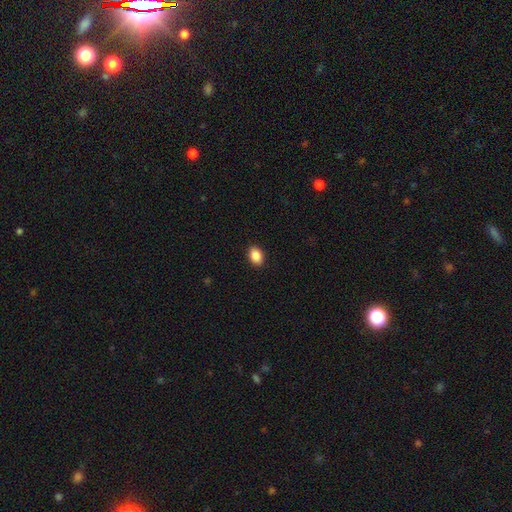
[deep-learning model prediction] A smooth galaxy with no disk features (89%) that is in between round and cigar-shaped (79%).

Vote fractions:
- Smooth or featured? smooth: 89% / star or artifact: 8% / featured or disk: 3%
- How rounded? in between: 79% / round: 20% / cigar-shaped: 1%
- Merging? none: 91% / minor disturbance: 7% / major disturbance: 2% / merger: 1%